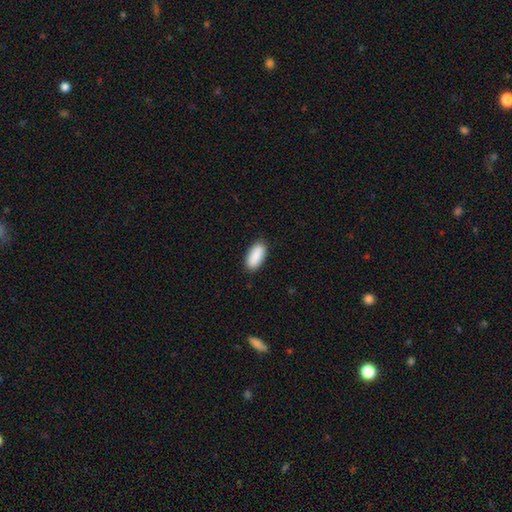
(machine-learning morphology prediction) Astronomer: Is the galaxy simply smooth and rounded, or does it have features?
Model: smooth — 89%.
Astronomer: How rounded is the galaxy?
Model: in between — 88%.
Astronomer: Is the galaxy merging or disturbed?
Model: none — 88%.